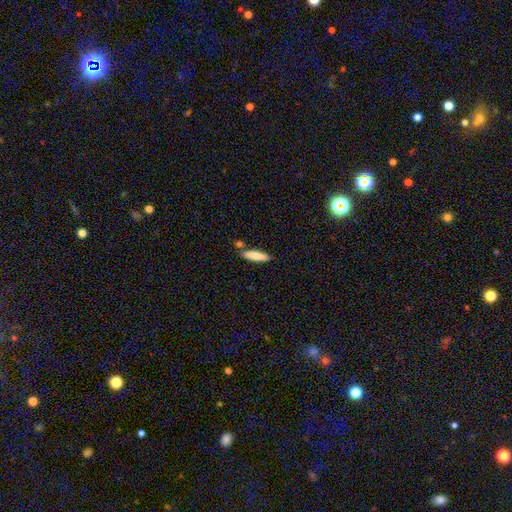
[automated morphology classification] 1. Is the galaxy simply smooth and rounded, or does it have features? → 80% smooth, 14% featured or disk, 6% star or artifact.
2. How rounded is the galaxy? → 77% cigar-shaped, 22% in between, 2% round.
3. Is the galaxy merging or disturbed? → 78% none, 12% minor disturbance, 8% merger, 2% major disturbance.